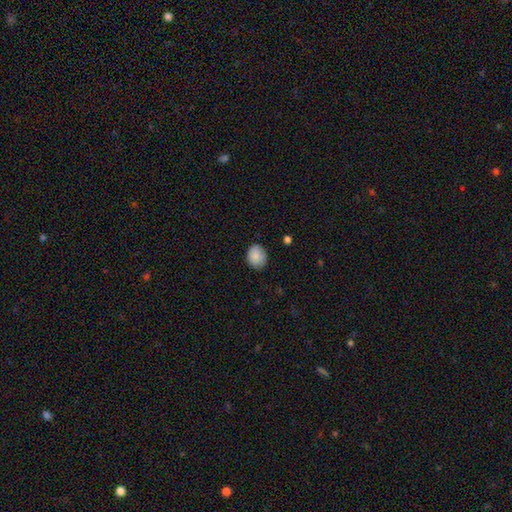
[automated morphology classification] smooth 87%, star or artifact 8%, featured or disk 5%. Down the decision tree: how rounded — round (54%); merging — none (81%).